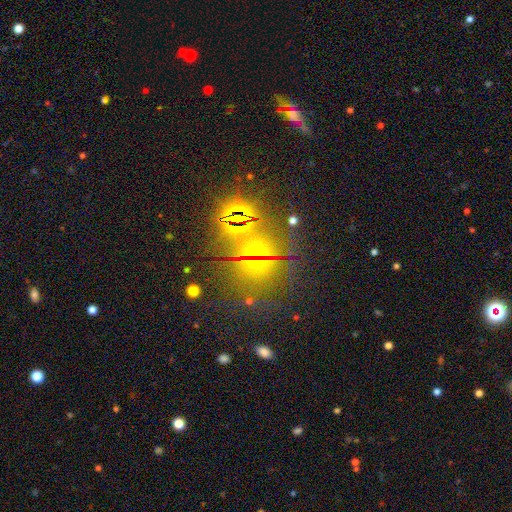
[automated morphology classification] A star or artifact, not a galaxy (67%).